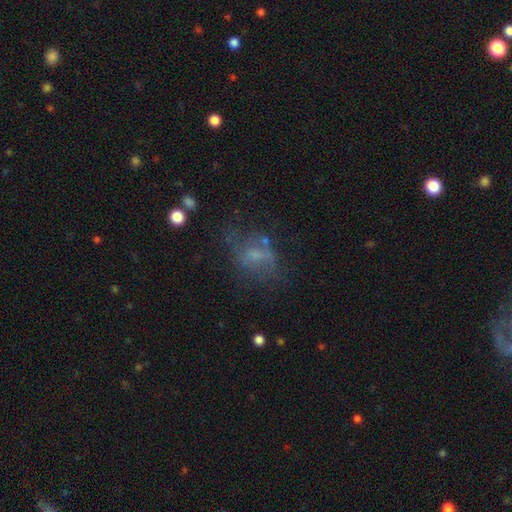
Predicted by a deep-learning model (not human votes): The model was most divided on "smooth or featured": smooth: 41%, featured or disk: 40%, star or artifact: 19%. Remaining: merging — none (43%).